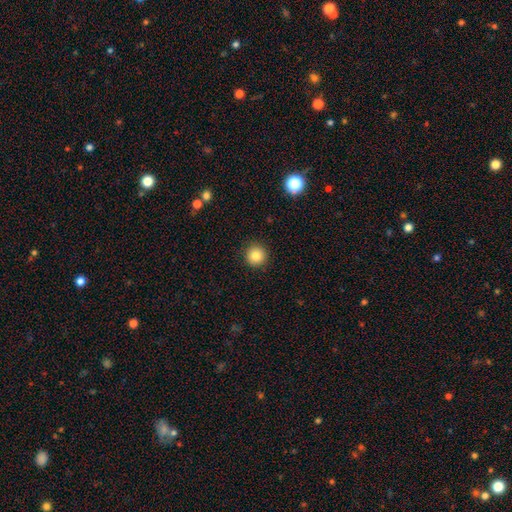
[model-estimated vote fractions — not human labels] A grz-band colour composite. It shows a smooth galaxy with no disk features (84%) that is round (95%). Merging: none (91%).